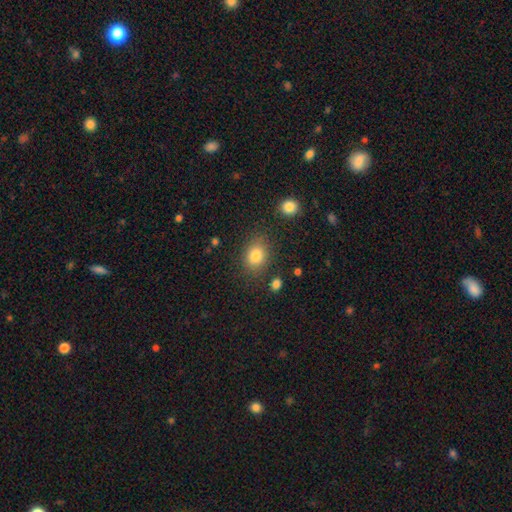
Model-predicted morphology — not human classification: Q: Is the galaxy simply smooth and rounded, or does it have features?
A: smooth — 82%.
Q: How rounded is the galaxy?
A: in between — 51%.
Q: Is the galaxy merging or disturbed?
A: none — 80%.